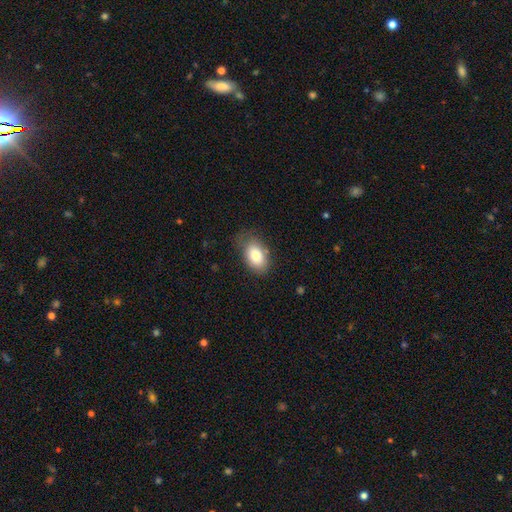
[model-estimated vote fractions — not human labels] This is clearly a smooth galaxy (81%). How rounded: clearly in between (90%). Merging: likely none (66%).